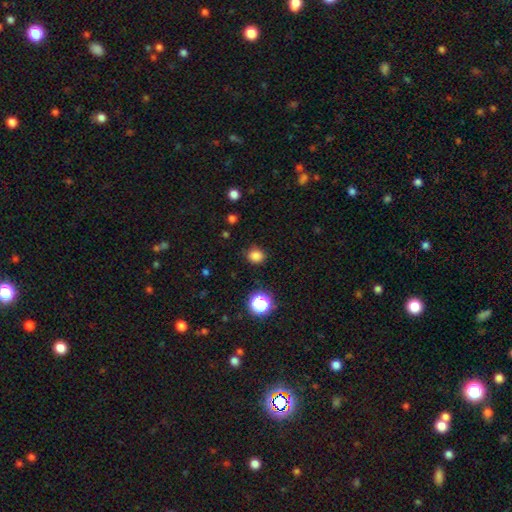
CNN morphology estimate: Smooth or featured?
  - smooth: 82% *
  - star or artifact: 15%
  - featured or disk: 4%
How rounded?
  - round: 74% *
  - in between: 25%
  - cigar-shaped: 1%
Merging?
  - none: 84% *
  - minor disturbance: 12%
  - major disturbance: 3%
  - merger: 1%